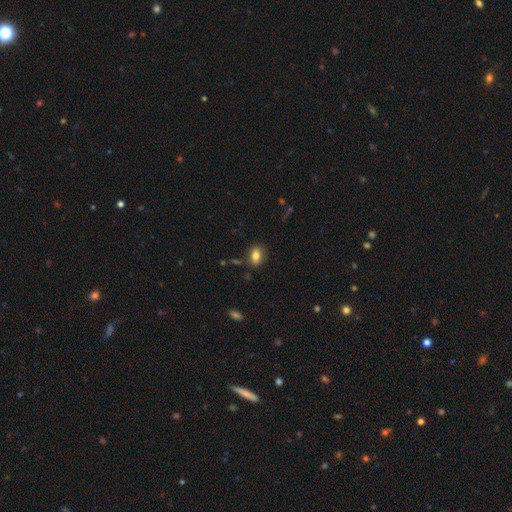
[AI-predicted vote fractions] A smooth galaxy with no disk features (80%) that is in between round and cigar-shaped (77%).

Vote fractions:
- Smooth or featured? smooth: 80% / featured or disk: 11% / star or artifact: 9%
- How rounded? in between: 77% / round: 21% / cigar-shaped: 2%
- Merging? none: 79% / minor disturbance: 14% / merger: 4% / major disturbance: 3%